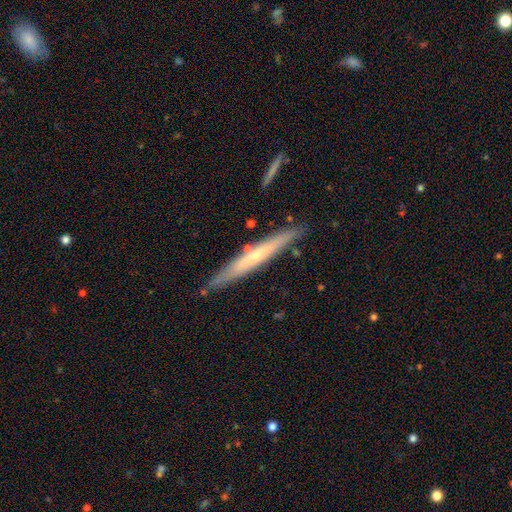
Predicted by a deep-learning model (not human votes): A featured or disk galaxy (55%) viewed edge-on (92%) with no central bulge (51%). Merging: none (85%).